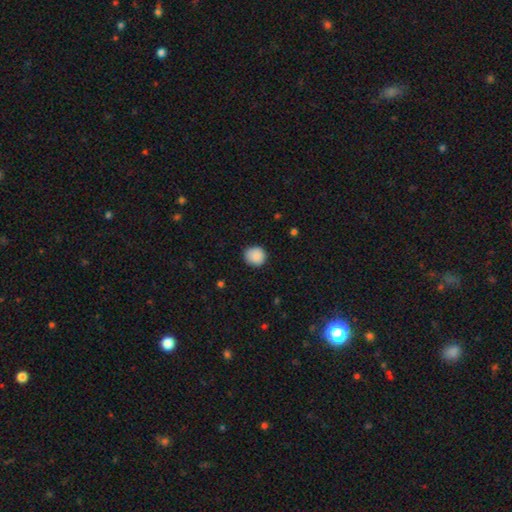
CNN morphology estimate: This appears to be a smooth galaxy with no disk features (88%) that is round (90%). Merging: none (87%).